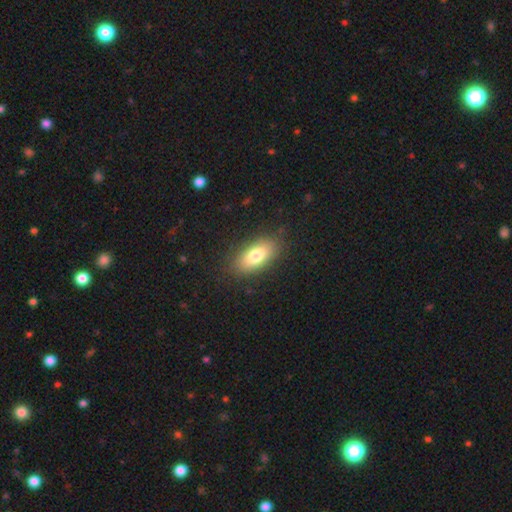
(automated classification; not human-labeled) Smooth or featured? Predicted: smooth (p=0.77). How rounded? Predicted: in between (p=0.86). Merging? Predicted: none (p=0.86).